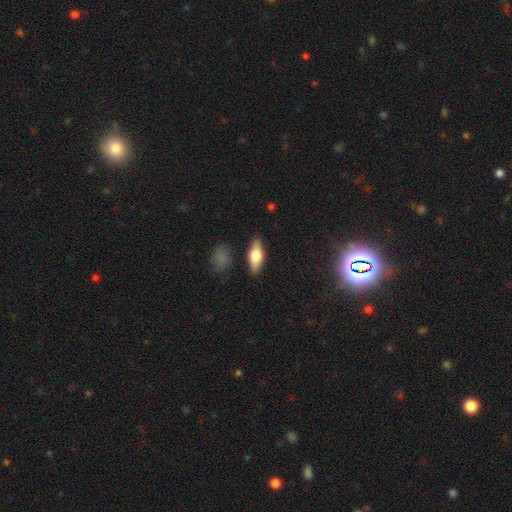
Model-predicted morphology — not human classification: smooth_or_featured: smooth (p=0.54) [alt: featured or disk p=0.39]
how_rounded: in between (p=0.61) [alt: cigar-shaped p=0.35]
merging: none (p=0.85) [alt: minor disturbance p=0.10]